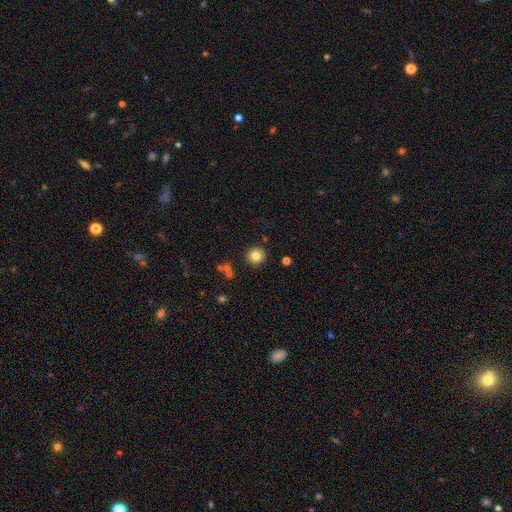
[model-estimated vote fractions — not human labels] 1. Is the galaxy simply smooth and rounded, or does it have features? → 82% smooth, 11% star or artifact, 7% featured or disk.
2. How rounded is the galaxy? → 94% round, 5% in between, 1% cigar-shaped.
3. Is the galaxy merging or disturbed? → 88% none, 7% minor disturbance, 3% merger, 2% major disturbance.